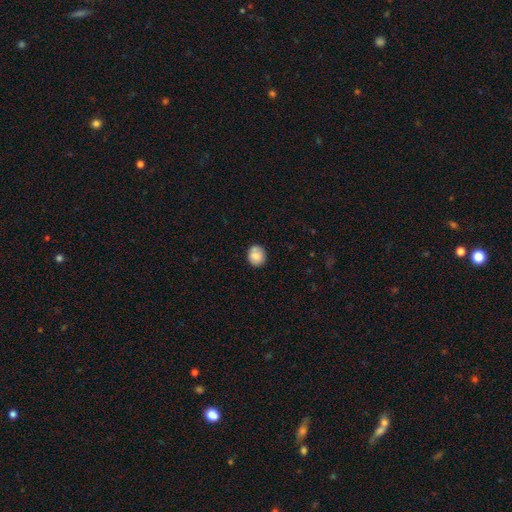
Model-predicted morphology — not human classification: Q: Smooth or featured?
A: smooth (79%); runner-up: featured or disk (12%)
Q: How rounded?
A: round (77%); runner-up: in between (23%)
Q: Merging?
A: none (77%); runner-up: minor disturbance (16%)